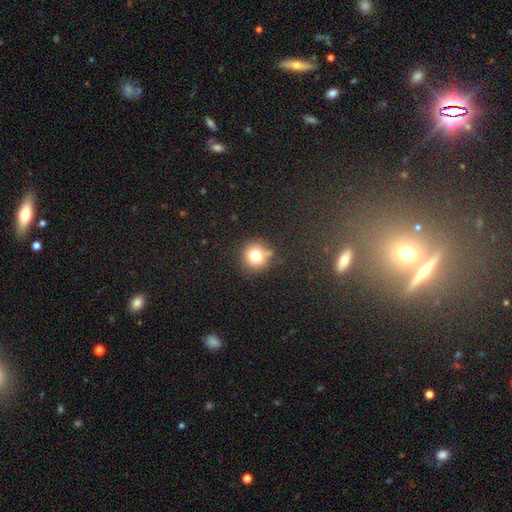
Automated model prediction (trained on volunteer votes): A smooth galaxy with no disk features (77%) that is round (93%). Merging: none (78%).